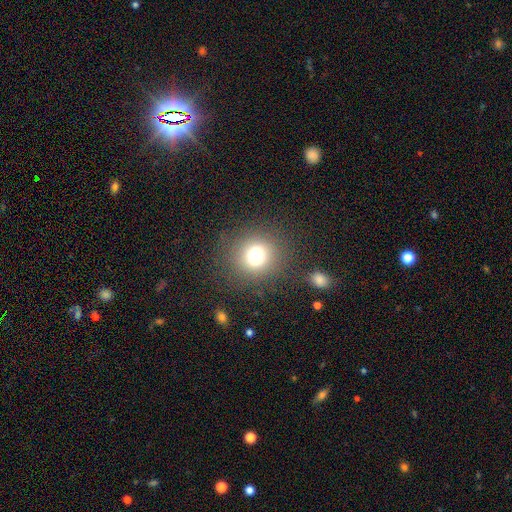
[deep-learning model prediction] Q: Smooth or featured?
A: smooth (74%); runner-up: star or artifact (16%)
Q: How rounded?
A: round (89%); runner-up: in between (11%)
Q: Merging?
A: none (84%); runner-up: minor disturbance (8%)